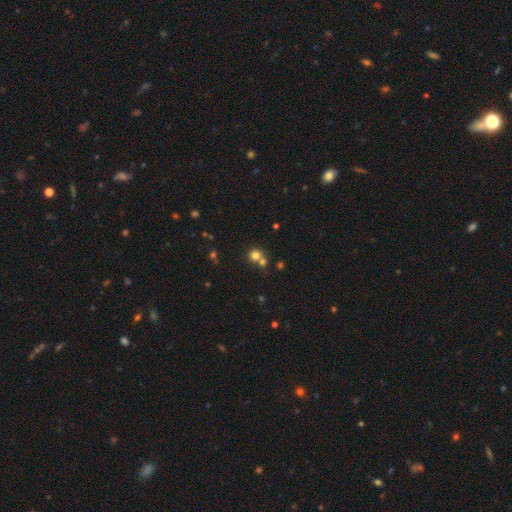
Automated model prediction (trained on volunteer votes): smooth_or_featured: smooth (p=0.75) [alt: star or artifact p=0.16]
how_rounded: round (p=0.87) [alt: in between p=0.12]
merging: none (p=0.52) [alt: merger p=0.39]